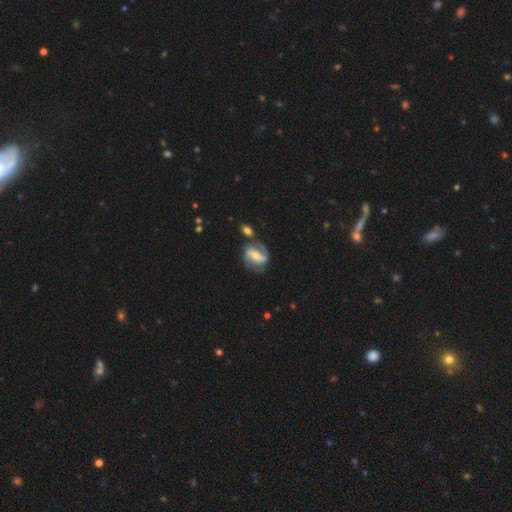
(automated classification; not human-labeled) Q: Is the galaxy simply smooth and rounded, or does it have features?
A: featured or disk — 80%.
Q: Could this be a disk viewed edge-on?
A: no — 96%.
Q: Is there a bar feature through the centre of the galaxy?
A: strong — 47%.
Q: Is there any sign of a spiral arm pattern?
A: yes — 91%.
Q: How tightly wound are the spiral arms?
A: medium — 46%.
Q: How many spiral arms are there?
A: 2 — 86%.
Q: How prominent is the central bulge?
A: moderate — 48%.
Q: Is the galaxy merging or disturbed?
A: none — 62%.